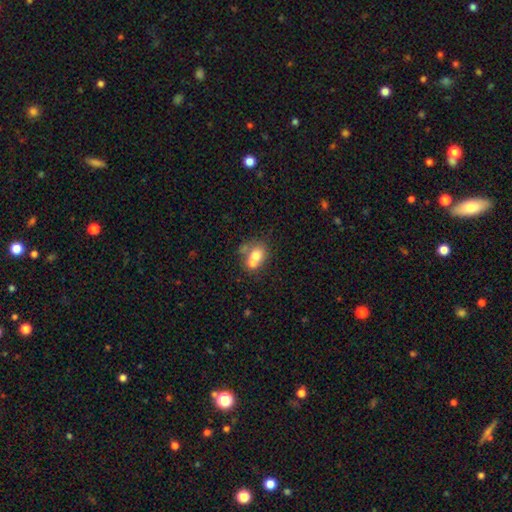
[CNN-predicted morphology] A smooth galaxy with no disk features (66%) that is round (60%).

Vote fractions:
- Smooth or featured? smooth: 66% / featured or disk: 23% / star or artifact: 11%
- How rounded? round: 60% / in between: 39% / cigar-shaped: 1%
- Merging? merger: 60% / none: 28% / minor disturbance: 8% / major disturbance: 4%